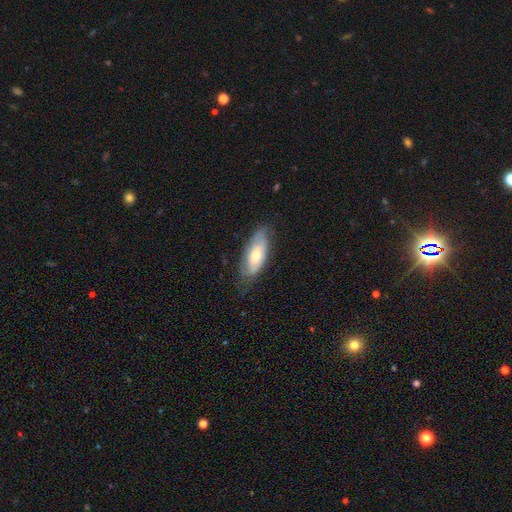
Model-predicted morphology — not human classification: This is possibly a smooth galaxy (47%). Merging: likely none (72%).